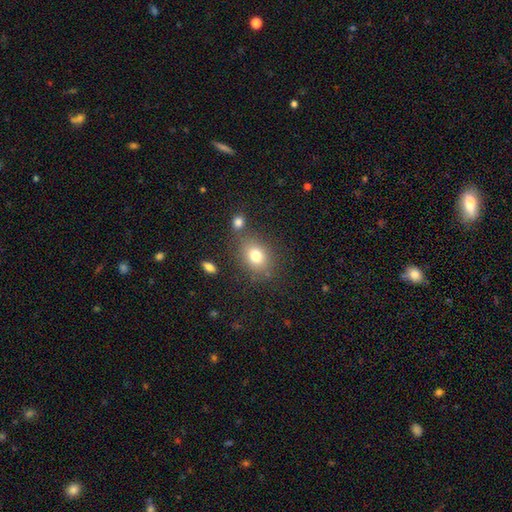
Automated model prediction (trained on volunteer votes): Smooth or featured?
  - smooth: 77% *
  - star or artifact: 11%
  - featured or disk: 11%
How rounded?
  - in between: 60% *
  - round: 39%
  - cigar-shaped: 1%
Merging?
  - none: 71% *
  - minor disturbance: 13%
  - merger: 11%
  - major disturbance: 5%